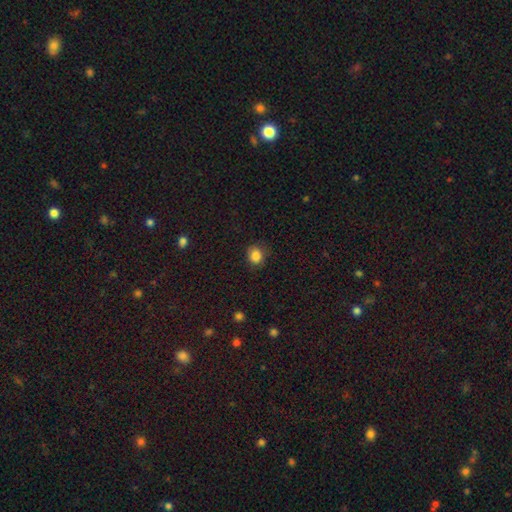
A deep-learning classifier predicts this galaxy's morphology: This is clearly a smooth galaxy (85%). How rounded: likely round (67%). Merging: likely none (80%).